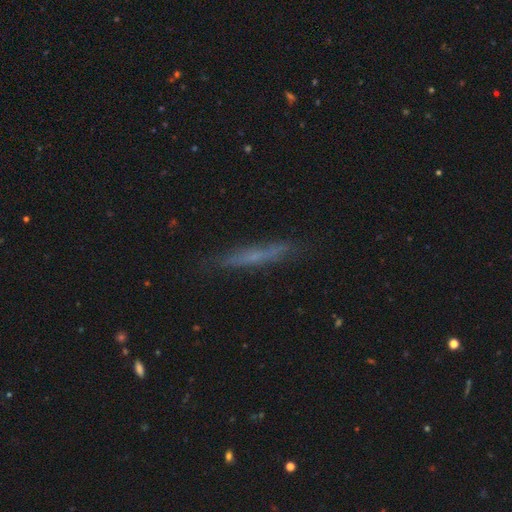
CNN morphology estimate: smooth-or-featured: smooth: 46% | featured or disk: 44% | star or artifact: 10%
  merging: none: 83% | minor disturbance: 12% | major disturbance: 3% | merger: 2%